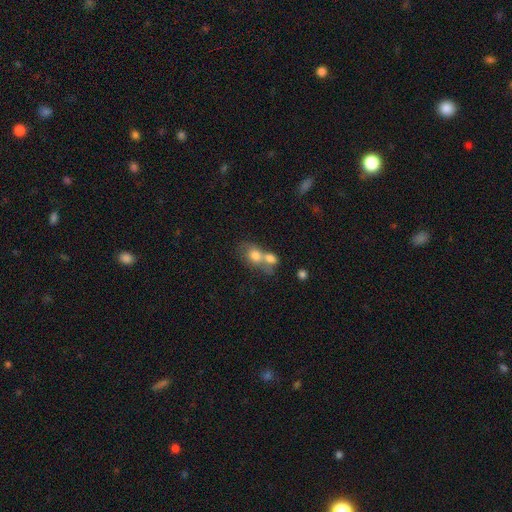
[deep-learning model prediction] A smooth galaxy with no disk features (75%) that is round (49%, tied with in between). Merging: merger (69%).